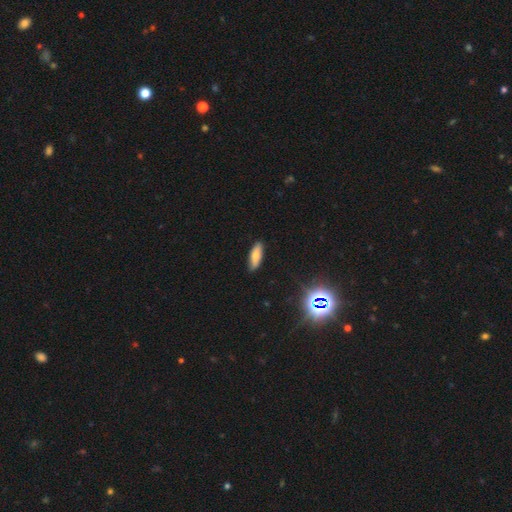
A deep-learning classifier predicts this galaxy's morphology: This appears to be a smooth galaxy with no disk features (77%) that is in between round and cigar-shaped (60%). Merging: none (86%).